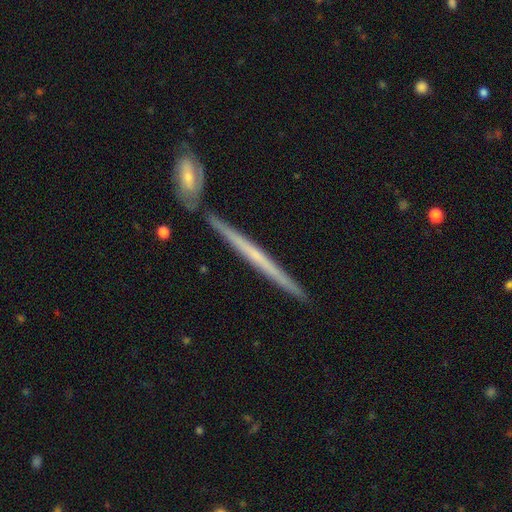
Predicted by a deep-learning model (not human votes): Overall: featured or disk (60%; smooth 35%). Edge-on disk: yes (96%). Edge-on bulge: none (85%). Merging: none (82%).